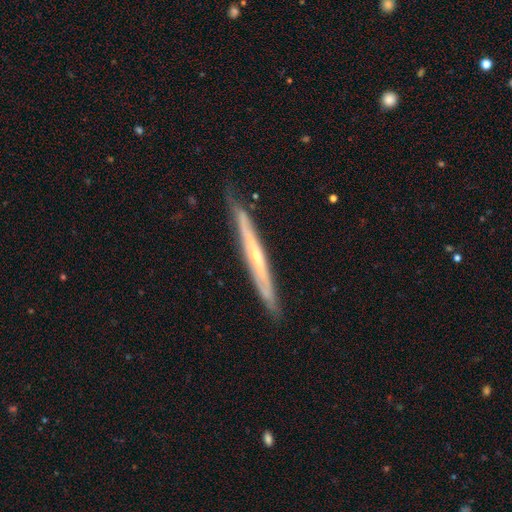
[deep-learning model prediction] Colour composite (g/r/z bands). It shows a featured or disk galaxy (71%) viewed edge-on (93%) with a rounded central bulge (53%). Merging: none (83%).